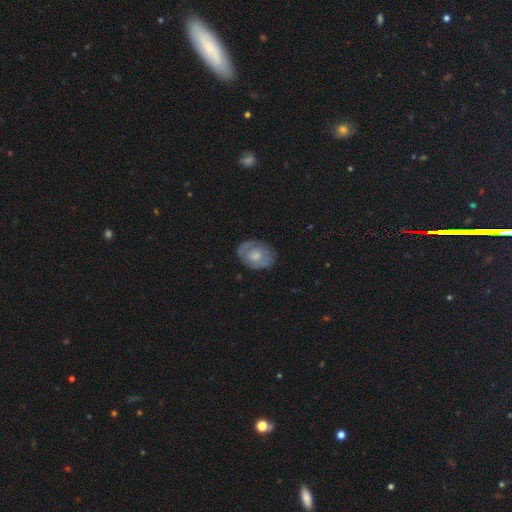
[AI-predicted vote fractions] Smooth or featured?
  - featured or disk: 50% *
  - smooth: 43%
  - star or artifact: 6%
Edge-on disk?
  - no: 95% *
  - yes: 5%
Merging?
  - none: 73% *
  - minor disturbance: 19%
  - major disturbance: 6%
  - merger: 1%